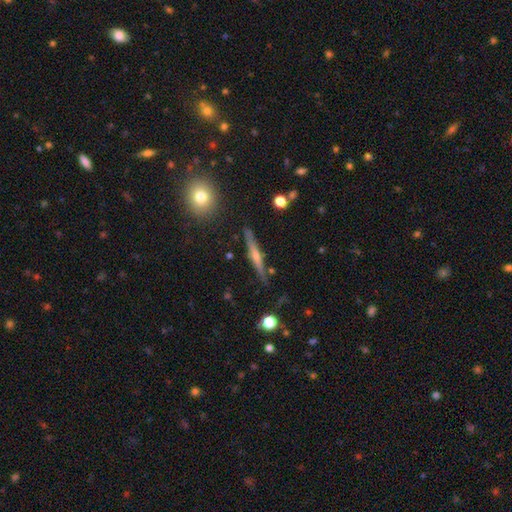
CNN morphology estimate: The model was most divided on "smooth or featured": featured or disk: 66%, smooth: 20%, star or artifact: 14%. More confident: edge-on disk — yes (93%); merging — none (85%); edge-on bulge — rounded (82%).